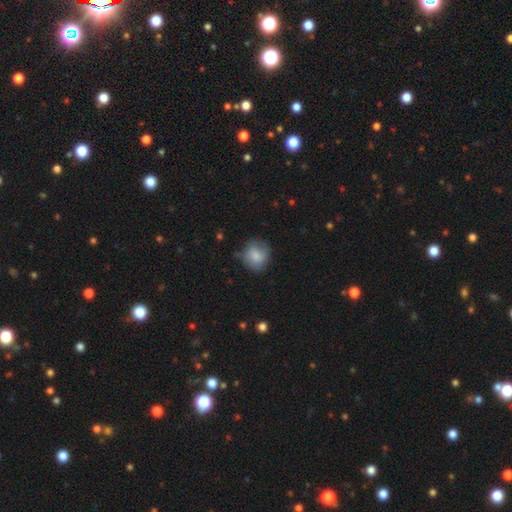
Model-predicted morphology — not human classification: A smooth galaxy with no disk features (75%) that is round (81%). Merging: none (64%).